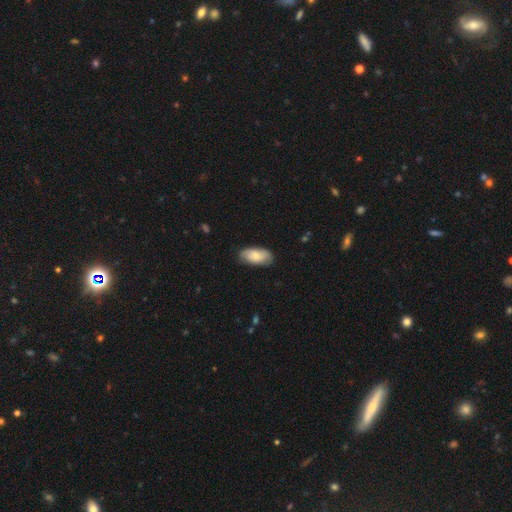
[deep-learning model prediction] Smooth or featured: smooth — 70% (featured or disk — 24%)
How rounded: in between — 93% (cigar-shaped — 4%)
Merging: none — 76% (minor disturbance — 19%)